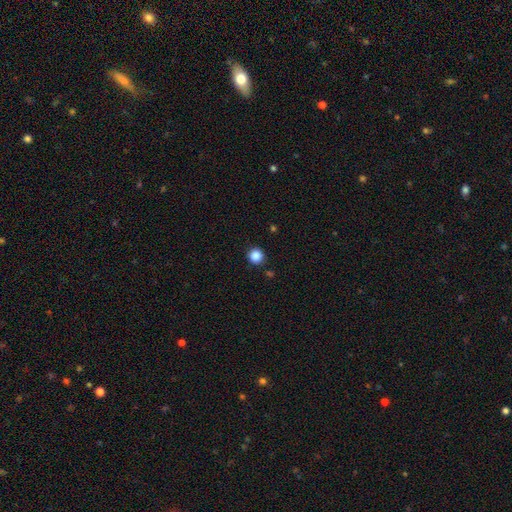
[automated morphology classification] Smooth or featured?
  - smooth: 87% *
  - star or artifact: 10%
  - featured or disk: 3%
How rounded?
  - round: 94% *
  - in between: 5%
  - cigar-shaped: 1%
Merging?
  - none: 90% *
  - minor disturbance: 6%
  - merger: 2%
  - major disturbance: 2%